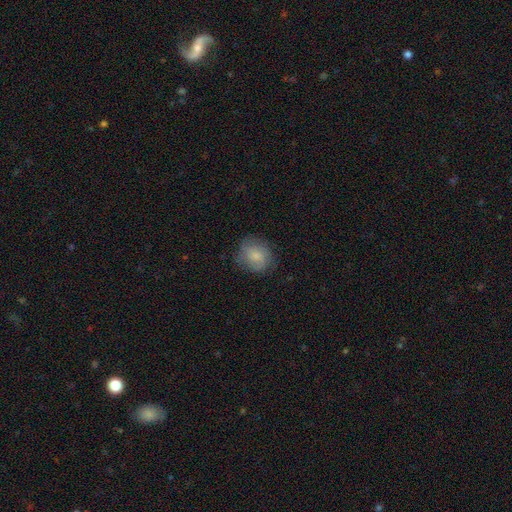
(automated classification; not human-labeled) Smooth or featured? smooth (76%)
How rounded? round (76%)
Merging? none (74%)